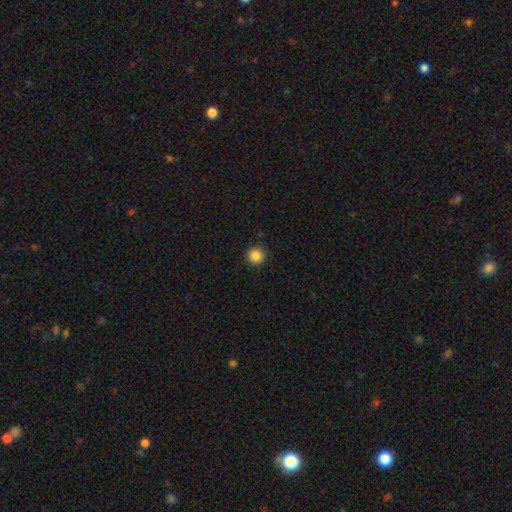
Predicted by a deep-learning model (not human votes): Smooth or featured? Predicted: smooth (p=0.86). How rounded? Predicted: round (p=0.96). Merging? Predicted: none (p=0.92).